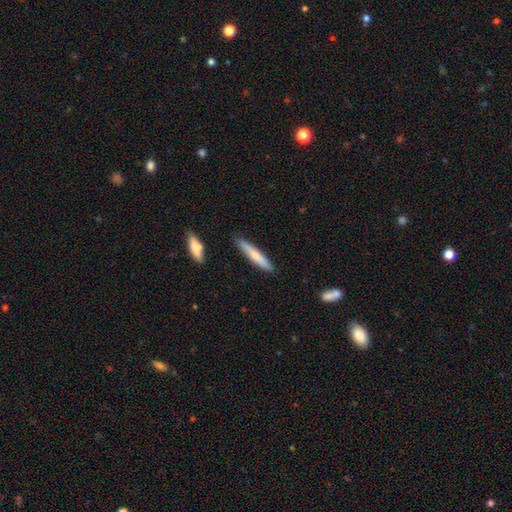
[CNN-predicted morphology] type=smooth (73%); roundness=cigar-shaped (91%); merging=none (85%).